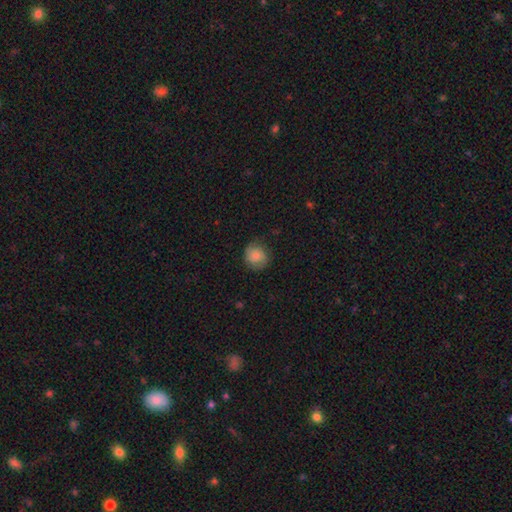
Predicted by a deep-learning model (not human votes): The model was most divided on "smooth or featured": smooth: 74%, featured or disk: 18%, star or artifact: 8%. More confident: how rounded — round (85%); merging — none (75%).